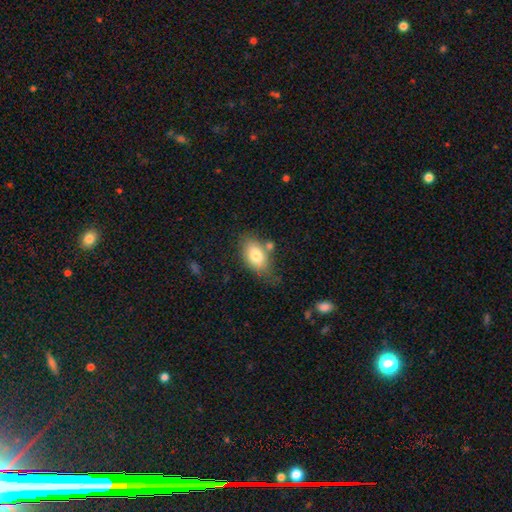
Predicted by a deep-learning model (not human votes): Morphology: type=smooth (76%); roundness=in between (89%); merging=none (56%).